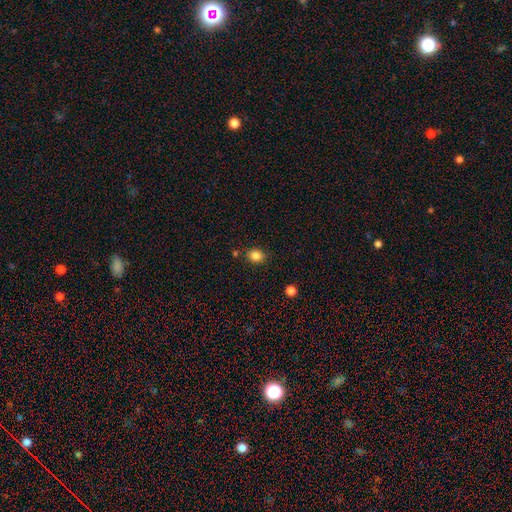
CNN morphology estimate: Smooth or featured? smooth (84%)
How rounded? round (63%)
Merging? none (83%)